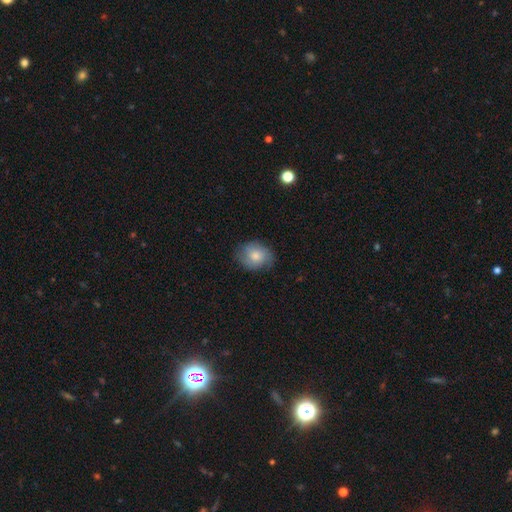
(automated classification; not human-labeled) Morphology: type=smooth (74%); roundness=in between (50%); merging=none (75%).